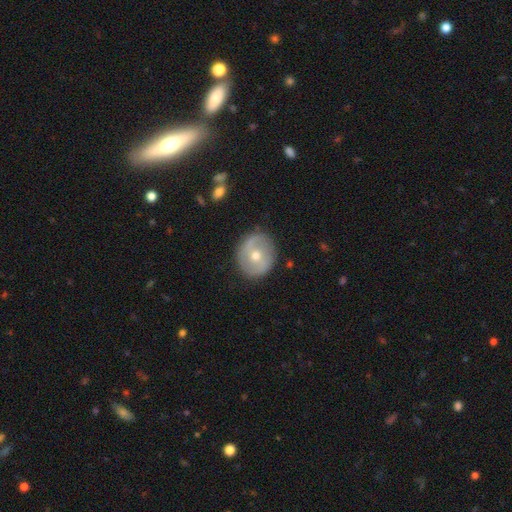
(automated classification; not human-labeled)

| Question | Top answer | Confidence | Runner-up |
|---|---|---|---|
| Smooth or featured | featured or disk | 53% | smooth (39%) |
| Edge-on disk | no | 95% | yes (5%) |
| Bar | no | 55% | weak (32%) |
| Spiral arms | no | 53% | yes (47%) |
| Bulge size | moderate | 60% | small (37%) |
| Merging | none | 84% | minor disturbance (12%) |